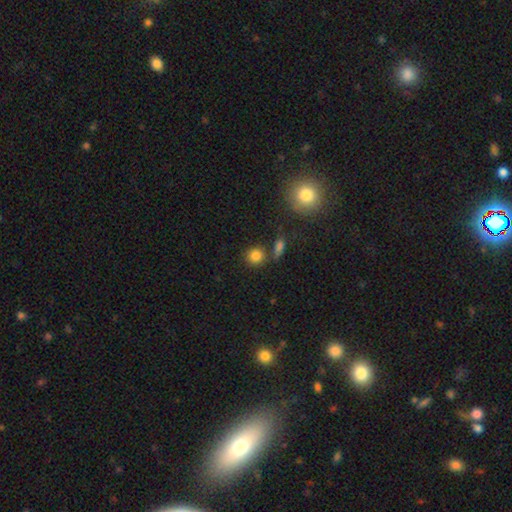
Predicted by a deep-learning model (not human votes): A smooth galaxy with no disk features (82%) that is round (84%). Merging: none (70%).